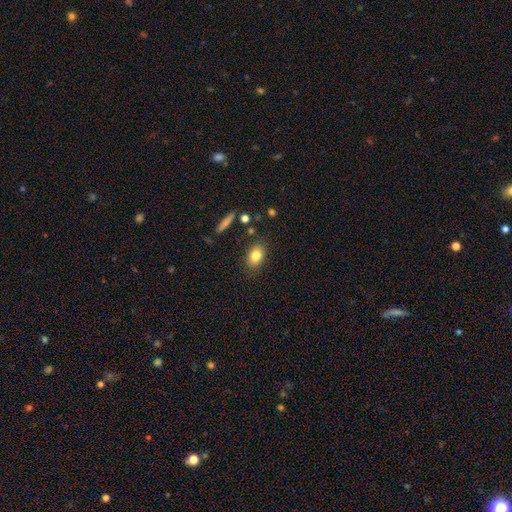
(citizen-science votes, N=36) smooth-or-featured: smooth: 89% | featured or disk: 11% | star or artifact: 0%
  how-rounded: in between: 94% | round: 6% | cigar-shaped: 0%
  merging: none: 78% | minor disturbance: 19% | major disturbance: 3% | merger: 0%